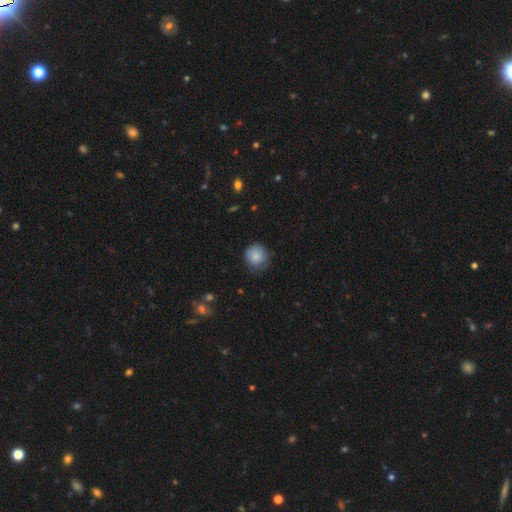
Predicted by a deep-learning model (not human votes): Smooth or featured: smooth — 81% (featured or disk — 11%)
How rounded: round — 89% (in between — 10%)
Merging: none — 70% (minor disturbance — 24%)